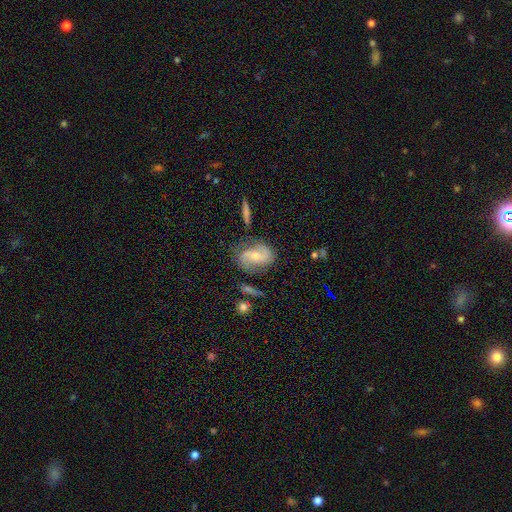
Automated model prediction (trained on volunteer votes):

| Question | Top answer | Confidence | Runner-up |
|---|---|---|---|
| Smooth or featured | featured or disk | 81% | smooth (12%) |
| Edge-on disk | no | 97% | yes (3%) |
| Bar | no | 52% | weak (35%) |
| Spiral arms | yes | 95% | no (5%) |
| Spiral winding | medium | 48% | loose (32%) |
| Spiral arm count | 2 | 90% | can't tell (5%) |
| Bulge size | small | 49% | moderate (47%) |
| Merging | none | 68% | minor disturbance (19%) |